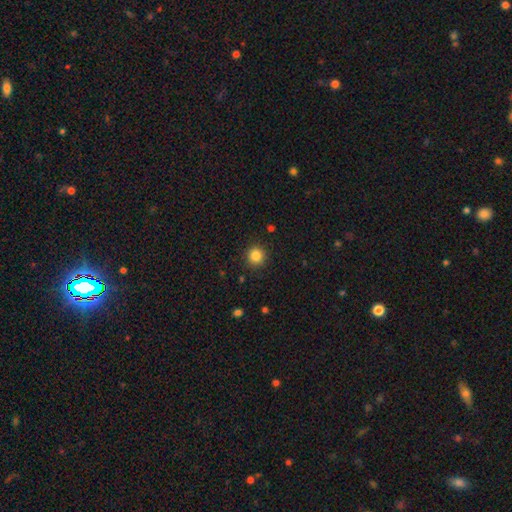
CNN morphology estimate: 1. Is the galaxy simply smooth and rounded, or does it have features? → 85% smooth, 11% star or artifact, 4% featured or disk.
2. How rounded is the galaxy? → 93% round, 6% in between, 1% cigar-shaped.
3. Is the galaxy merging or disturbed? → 91% none, 6% minor disturbance, 2% major disturbance, 1% merger.